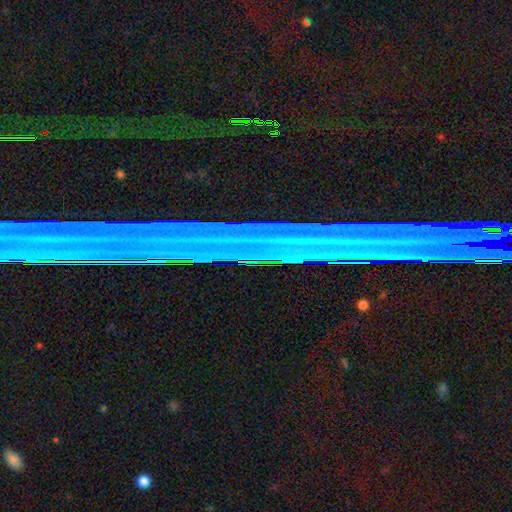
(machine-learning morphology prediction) A star or artifact, not a galaxy (84%).

Vote fractions:
- Smooth or featured? star or artifact: 84% / featured or disk: 10% / smooth: 7%